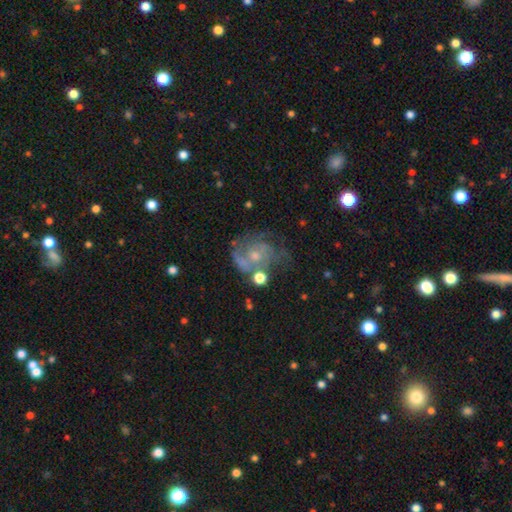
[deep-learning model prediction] Q: Smooth or featured?
A: featured or disk (70%); runner-up: smooth (20%)
Q: Edge-on disk?
A: no (98%); runner-up: yes (2%)
Q: Bar?
A: no (73%); runner-up: weak (23%)
Q: Spiral arms?
A: yes (82%); runner-up: no (18%)
Q: Spiral winding?
A: medium (43%); runner-up: tight (38%)
Q: Spiral arm count?
A: can't tell (34%); runner-up: 2 (31%)
Q: Bulge size?
A: small (53%); runner-up: moderate (37%)
Q: Merging?
A: none (43%); runner-up: major disturbance (24%)